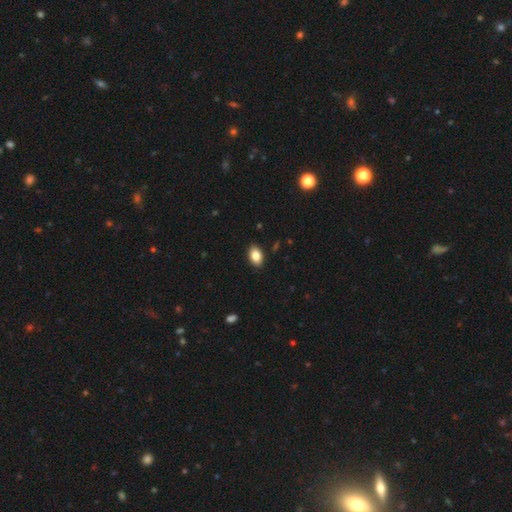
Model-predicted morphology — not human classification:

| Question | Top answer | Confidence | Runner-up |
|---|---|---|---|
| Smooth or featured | smooth | 85% | star or artifact (8%) |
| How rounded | in between | 89% | round (9%) |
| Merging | none | 90% | minor disturbance (7%) |